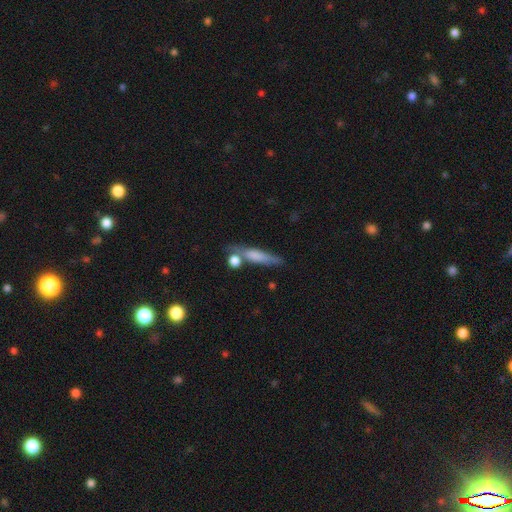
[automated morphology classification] This appears to be a smooth galaxy with no disk features (66%) that is cigar-shaped (72%). Merging: none (50%).